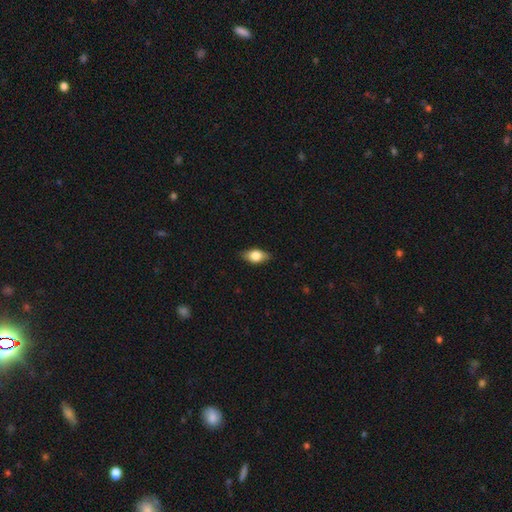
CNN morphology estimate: Smooth or featured?
  - smooth: 73% *
  - featured or disk: 20%
  - star or artifact: 7%
How rounded?
  - in between: 85% *
  - round: 8%
  - cigar-shaped: 7%
Merging?
  - none: 85% *
  - minor disturbance: 12%
  - major disturbance: 2%
  - merger: 1%